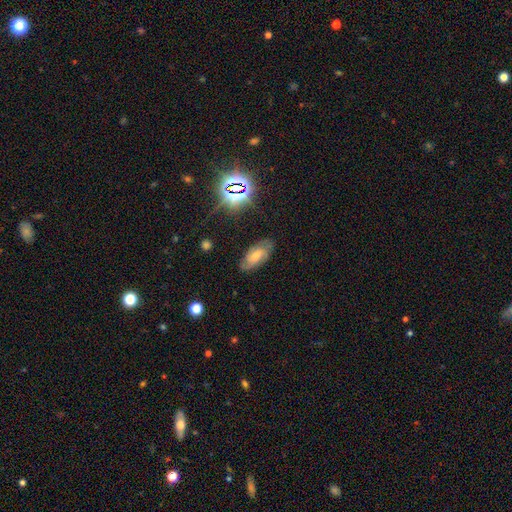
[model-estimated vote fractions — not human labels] Overall: featured or disk (52%; smooth 35%). Edge-on disk: no (90%). Merging: none (77%).